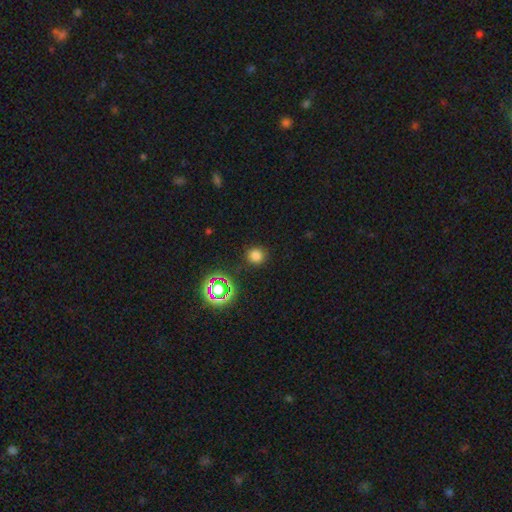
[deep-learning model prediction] A smooth galaxy with no disk features (74%) that is round (92%).

Vote fractions:
- Smooth or featured? smooth: 74% / star or artifact: 20% / featured or disk: 5%
- How rounded? round: 92% / in between: 7% / cigar-shaped: 1%
- Merging? none: 88% / minor disturbance: 8% / major disturbance: 3% / merger: 2%